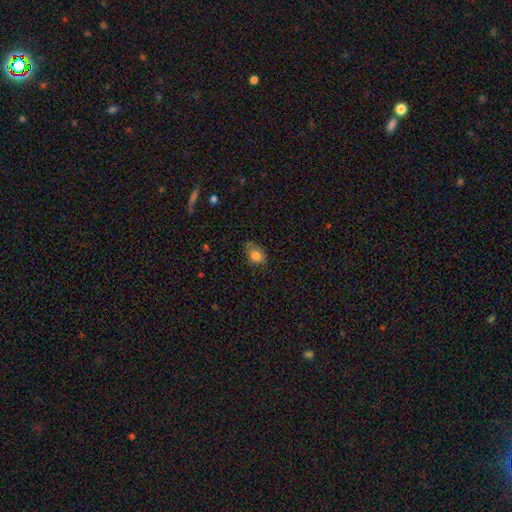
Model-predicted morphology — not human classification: Overall: smooth (81%). How rounded: in between (72%). Merging: none (60%; minor disturbance 30%).